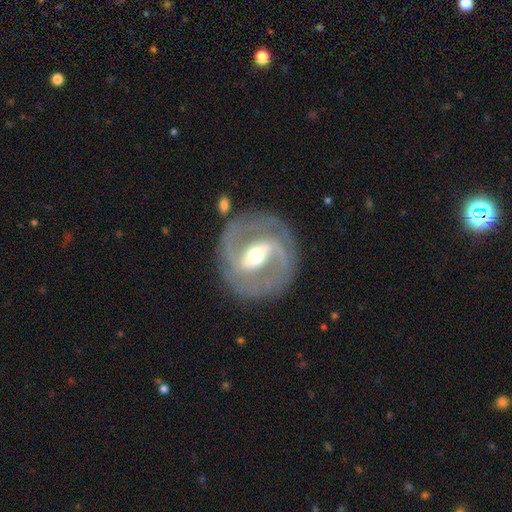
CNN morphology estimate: Smooth or featured? Predicted: featured or disk (p=0.88). Edge-on disk? Predicted: no (p=0.96). Bar? Predicted: strong (p=0.52). Spiral arms? Predicted: yes (p=0.94). Spiral winding? Predicted: medium (p=0.51). Spiral arm count? Predicted: 2 (p=0.89). Bulge size? Predicted: moderate (p=0.66). Merging? Predicted: none (p=0.83).